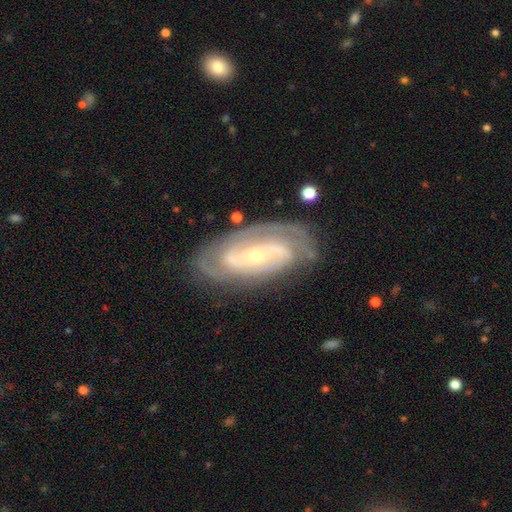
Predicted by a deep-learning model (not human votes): Q: Smooth or featured?
A: featured or disk (87%); runner-up: smooth (8%)
Q: Edge-on disk?
A: no (94%); runner-up: yes (6%)
Q: Bar?
A: weak (35%); runner-up: no (34%)
Q: Spiral arms?
A: yes (96%); runner-up: no (4%)
Q: Spiral winding?
A: tight (62%); runner-up: medium (31%)
Q: Spiral arm count?
A: 2 (58%); runner-up: can't tell (18%)
Q: Bulge size?
A: small (70%); runner-up: moderate (26%)
Q: Merging?
A: none (77%); runner-up: minor disturbance (16%)